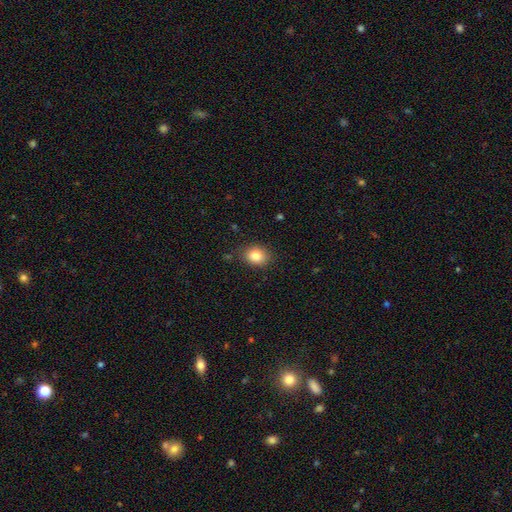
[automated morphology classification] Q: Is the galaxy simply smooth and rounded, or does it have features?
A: smooth — 83%.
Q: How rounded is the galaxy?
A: round — 51%.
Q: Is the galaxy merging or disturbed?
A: none — 85%.